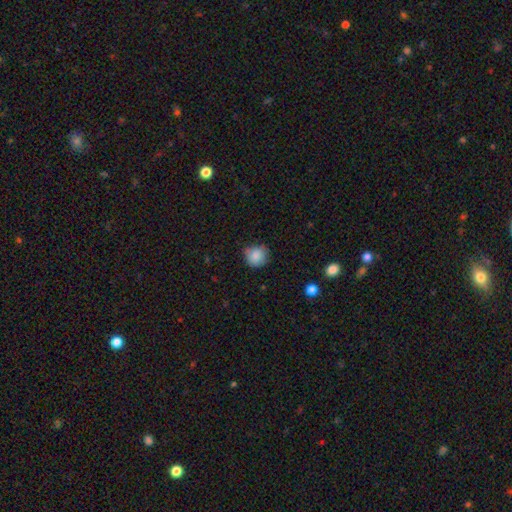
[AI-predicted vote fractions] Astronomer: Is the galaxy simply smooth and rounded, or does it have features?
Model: smooth — 86%.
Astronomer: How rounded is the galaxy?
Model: round — 86%.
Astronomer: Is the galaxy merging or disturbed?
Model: none — 68%.